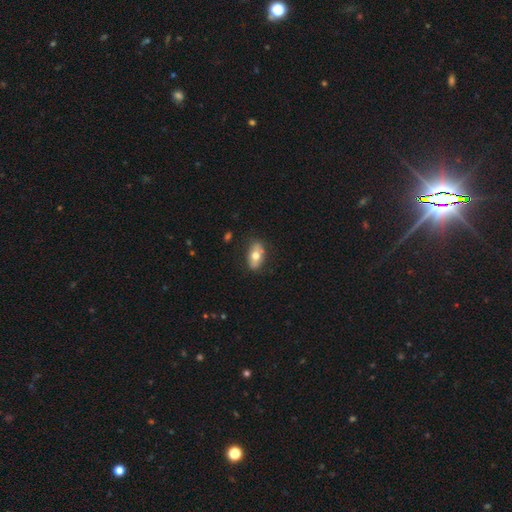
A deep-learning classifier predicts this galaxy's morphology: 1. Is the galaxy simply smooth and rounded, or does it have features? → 64% smooth, 30% featured or disk, 6% star or artifact.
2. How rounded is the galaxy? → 87% in between, 7% round, 6% cigar-shaped.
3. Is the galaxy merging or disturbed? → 81% none, 14% minor disturbance, 3% major disturbance, 2% merger.